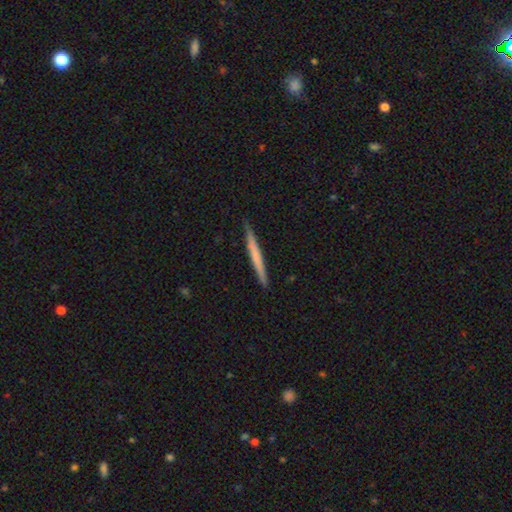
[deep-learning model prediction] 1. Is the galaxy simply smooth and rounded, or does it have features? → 53% smooth, 42% featured or disk, 5% star or artifact.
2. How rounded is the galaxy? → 97% cigar-shaped, 2% in between, 1% round.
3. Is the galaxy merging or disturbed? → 91% none, 7% minor disturbance, 1% major disturbance, 1% merger.